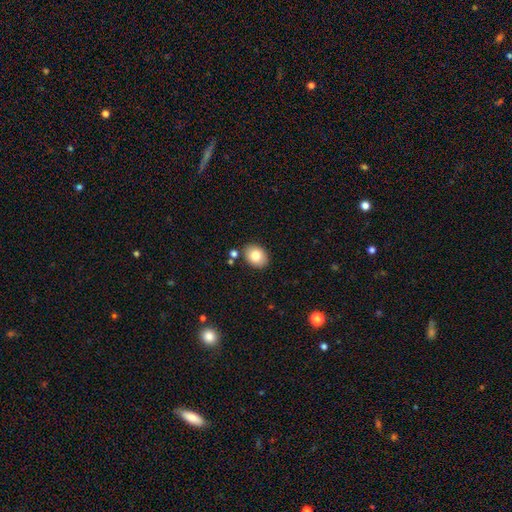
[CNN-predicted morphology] Smooth or featured: smooth — 80% (featured or disk — 12%)
How rounded: in between — 61% (round — 38%)
Merging: none — 84% (minor disturbance — 10%)